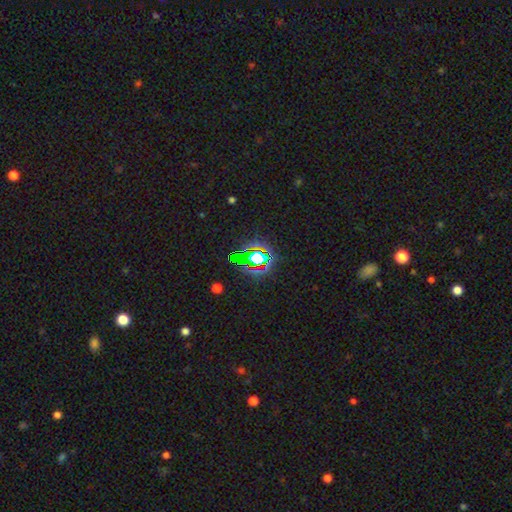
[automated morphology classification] The model was most divided on "smooth or featured": star or artifact: 65%, smooth: 21%, featured or disk: 14%.